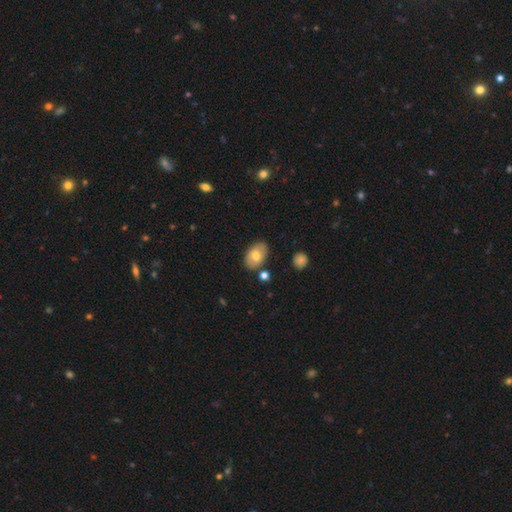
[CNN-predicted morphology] A smooth galaxy with no disk features (68%) that is in between round and cigar-shaped (88%). Merging: none (79%).